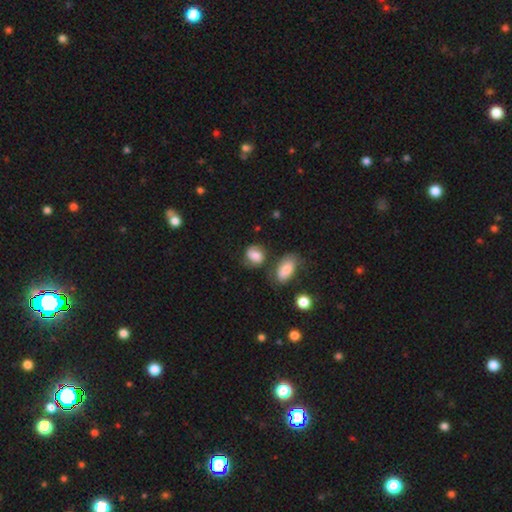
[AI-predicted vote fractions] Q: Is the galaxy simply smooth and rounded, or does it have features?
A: smooth — 70%.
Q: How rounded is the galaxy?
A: round — 52%.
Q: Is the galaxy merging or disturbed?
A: none — 58%.